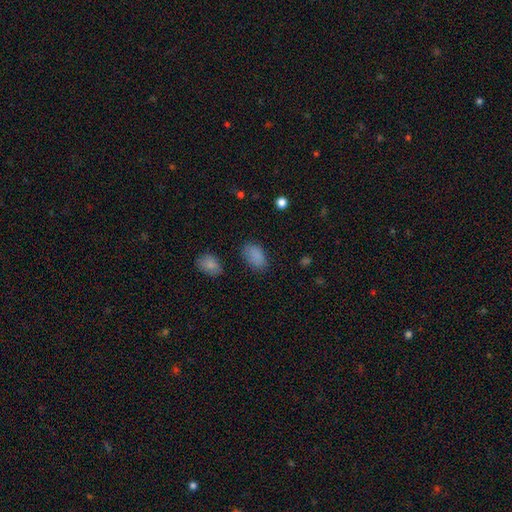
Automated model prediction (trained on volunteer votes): Q: Smooth or featured?
A: smooth (86%); runner-up: star or artifact (10%)
Q: How rounded?
A: in between (91%); runner-up: round (7%)
Q: Merging?
A: none (78%); runner-up: minor disturbance (15%)